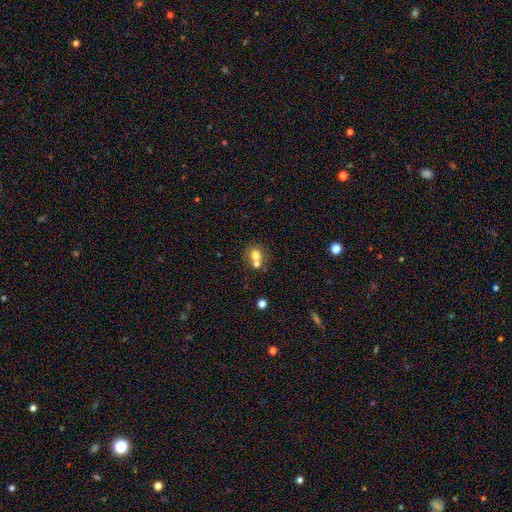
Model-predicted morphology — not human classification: Smooth or featured?
  - smooth: 73% *
  - featured or disk: 15%
  - star or artifact: 12%
How rounded?
  - round: 72% *
  - in between: 27%
  - cigar-shaped: 1%
Merging?
  - none: 44% * (tied)
  - merger: 44% * (tied)
  - minor disturbance: 8%
  - major disturbance: 3%